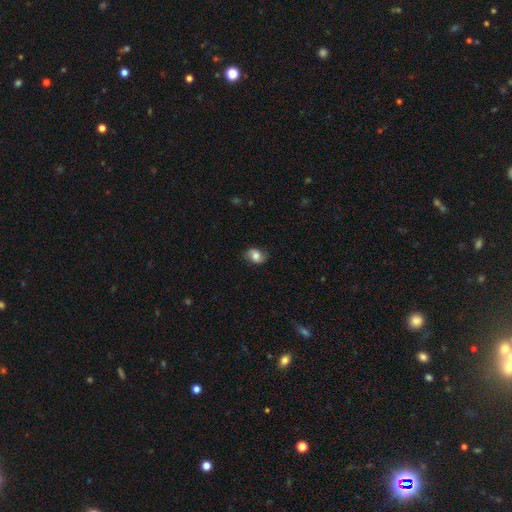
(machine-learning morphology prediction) smooth_or_featured: smooth (p=0.68) [alt: featured or disk p=0.22]
how_rounded: in between (p=0.69) [alt: round p=0.30]
merging: none (p=0.78) [alt: minor disturbance p=0.17]